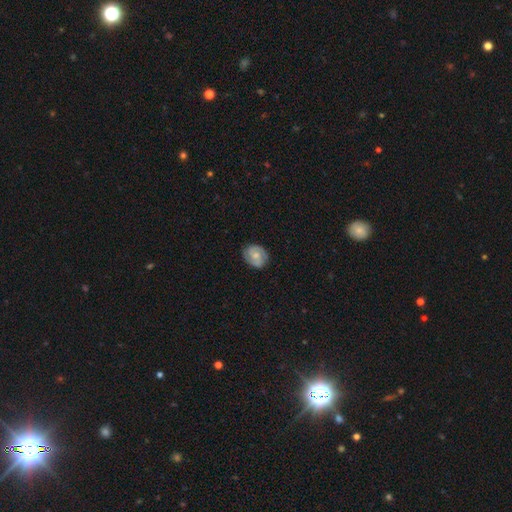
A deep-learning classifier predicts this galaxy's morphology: Overall: featured or disk (68%). Edge-on disk: no (98%). Bar: no (52%; weak 41%). Spiral arms: yes (93%). Spiral arm count: 2 (83%). Spiral winding: tight (51%; medium 39%). Bulge size: moderate (48%; small 40%). Merging: none (82%).